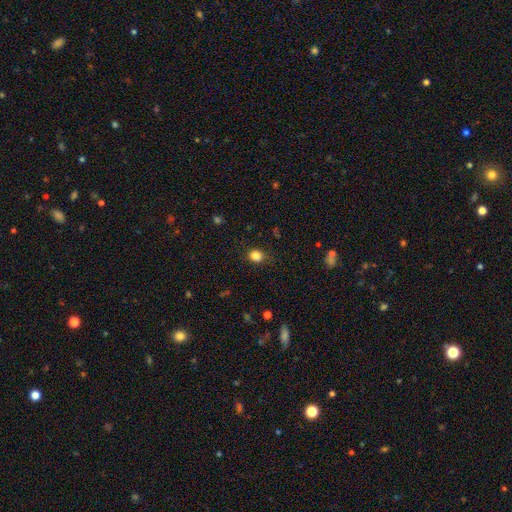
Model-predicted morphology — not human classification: A smooth galaxy with no disk features (84%) that is round (66%).

Vote fractions:
- Smooth or featured? smooth: 84% / star or artifact: 12% / featured or disk: 4%
- How rounded? round: 66% / in between: 33% / cigar-shaped: 1%
- Merging? none: 78% / minor disturbance: 16% / major disturbance: 5% / merger: 1%